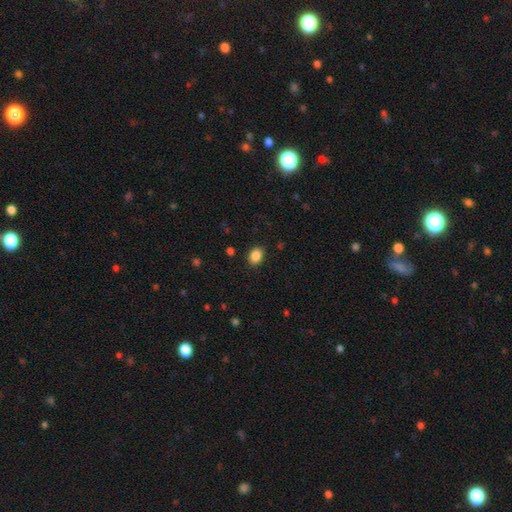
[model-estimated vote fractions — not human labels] Smooth or featured?
  - smooth: 87% *
  - star or artifact: 9%
  - featured or disk: 4%
How rounded?
  - in between: 60% *
  - round: 39%
  - cigar-shaped: 1%
Merging?
  - none: 88% *
  - minor disturbance: 9%
  - major disturbance: 2%
  - merger: 1%